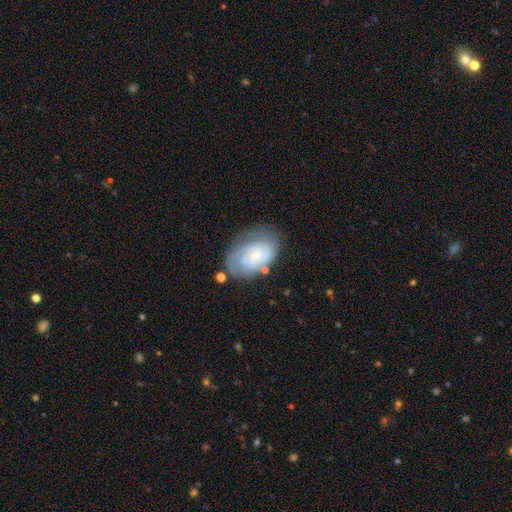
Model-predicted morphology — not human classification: The model was most divided on "spiral arm count": can't tell: 38%, 2: 34%, 3: 14%, 1: 6%, 4: 5%, more than 4: 3%. More confident: edge-on disk — no (97%); spiral arms — yes (90%); smooth or featured — featured or disk (71%); bulge size — small (69%); merging — none (65%); spiral winding — tight (63%); bar — no (61%).